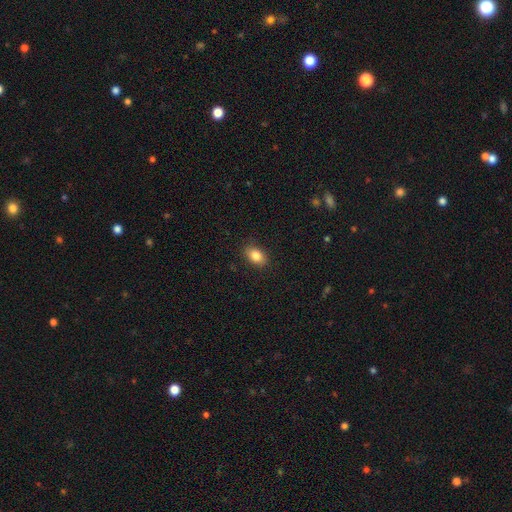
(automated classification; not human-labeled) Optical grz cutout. It shows a smooth galaxy with no disk features (85%) that is in between round and cigar-shaped (83%). Merging: none (87%).